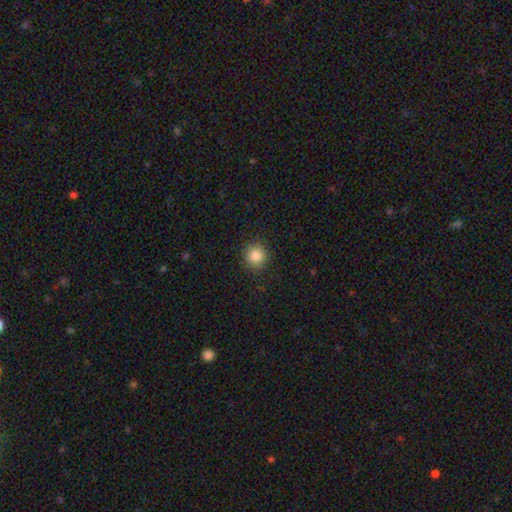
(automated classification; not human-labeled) This is clearly a smooth galaxy (85%). How rounded: clearly round (93%). Merging: clearly none (90%).